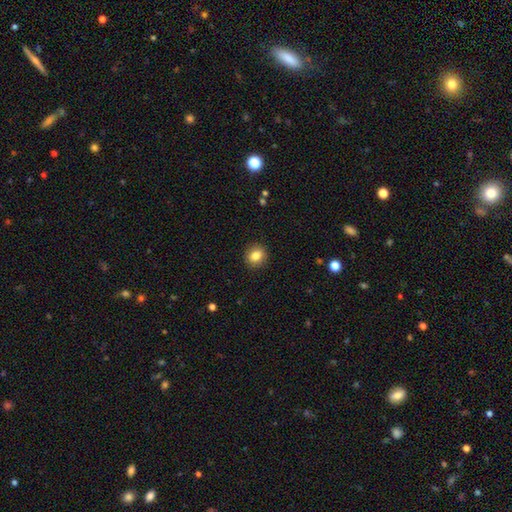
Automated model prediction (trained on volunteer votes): smooth-or-featured: smooth: 83% | star or artifact: 10% | featured or disk: 7%
  how-rounded: round: 77% | in between: 22% | cigar-shaped: 1%
  merging: none: 91% | minor disturbance: 6% | major disturbance: 2% | merger: 1%